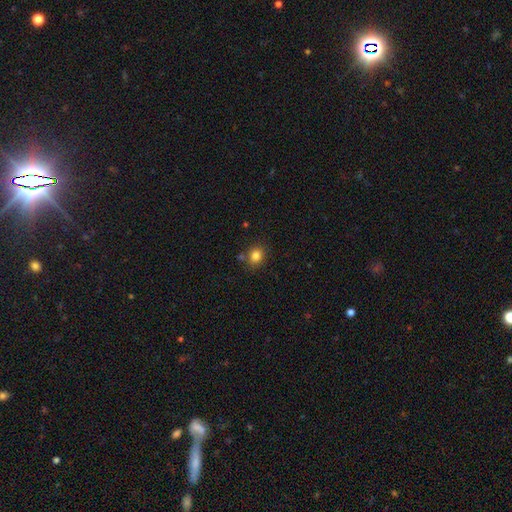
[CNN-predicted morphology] A smooth galaxy with no disk features (83%) that is round (66%). Merging: none (78%).